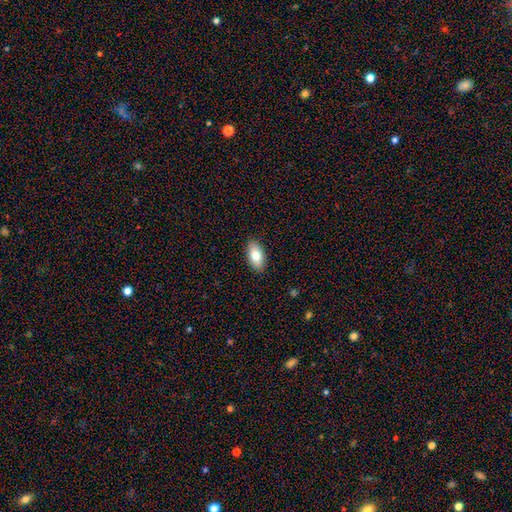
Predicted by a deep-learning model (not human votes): Morphology: type=smooth (78%); roundness=in between (92%); merging=none (89%).